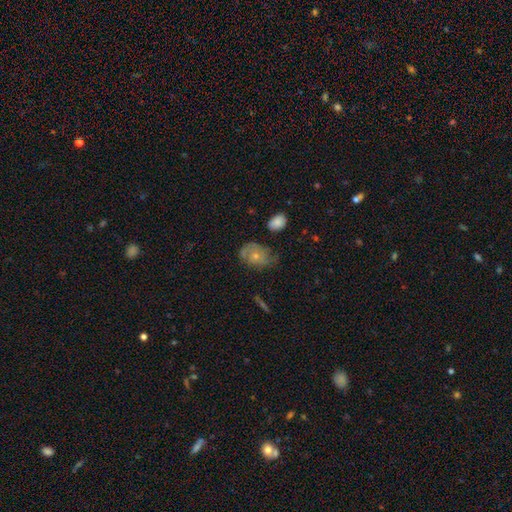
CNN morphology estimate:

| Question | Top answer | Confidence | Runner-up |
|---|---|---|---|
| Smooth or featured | featured or disk | 53% | smooth (38%) |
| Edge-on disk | no | 96% | yes (4%) |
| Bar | no | 81% | weak (16%) |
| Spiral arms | yes | 76% | no (24%) |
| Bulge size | small | 56% | moderate (36%) |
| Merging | none | 48% | minor disturbance (31%) |